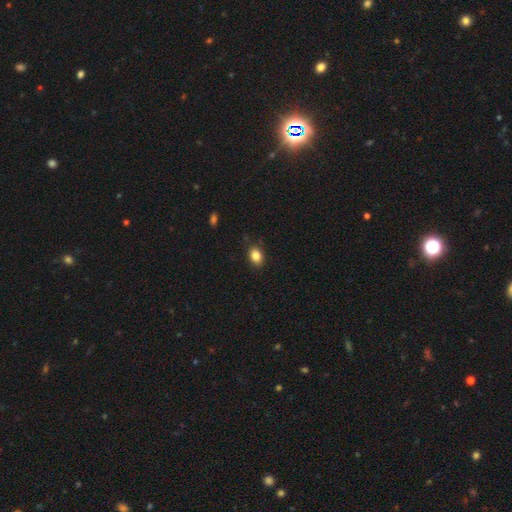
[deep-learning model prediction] A smooth galaxy with no disk features (85%) that is in between round and cigar-shaped (69%).

Vote fractions:
- Smooth or featured? smooth: 85% / star or artifact: 10% / featured or disk: 5%
- How rounded? in between: 69% / round: 30% / cigar-shaped: 1%
- Merging? none: 84% / minor disturbance: 13% / major disturbance: 3% / merger: 1%